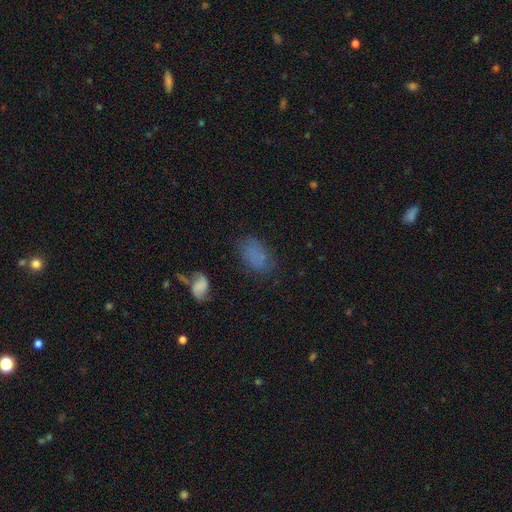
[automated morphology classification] Smooth or featured? Predicted: smooth (p=0.76). How rounded? Predicted: in between (p=0.89). Merging? Predicted: none (p=0.67).